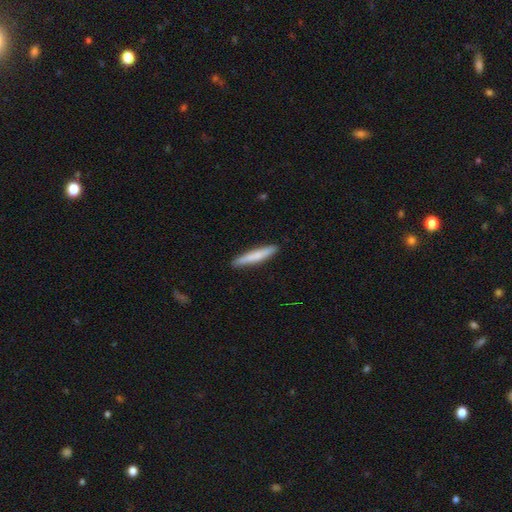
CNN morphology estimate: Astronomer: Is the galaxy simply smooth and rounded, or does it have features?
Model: smooth — 71%.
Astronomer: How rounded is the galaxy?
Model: cigar-shaped — 94%.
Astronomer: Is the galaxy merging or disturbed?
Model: none — 91%.